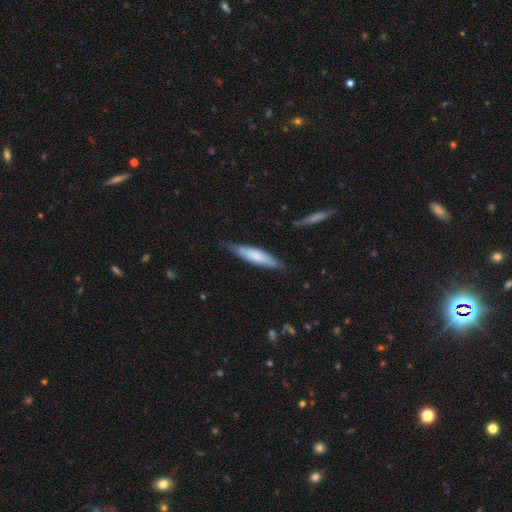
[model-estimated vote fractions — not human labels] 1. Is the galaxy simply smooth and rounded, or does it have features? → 69% smooth, 26% featured or disk, 5% star or artifact.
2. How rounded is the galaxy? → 78% cigar-shaped, 21% in between, 1% round.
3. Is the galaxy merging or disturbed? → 76% none, 19% minor disturbance, 3% major disturbance, 2% merger.